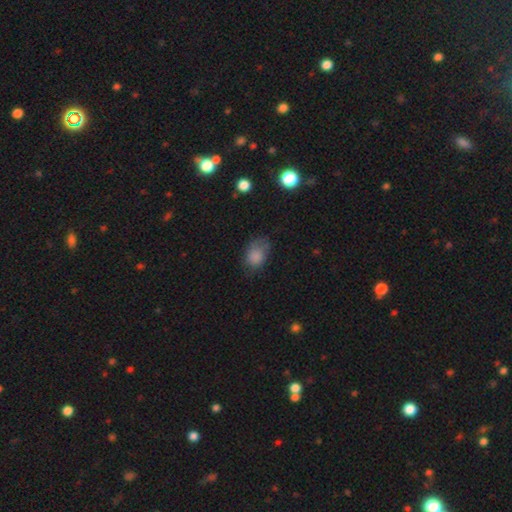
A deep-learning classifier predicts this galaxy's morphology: Smooth or featured? Predicted: smooth (p=0.82). How rounded? Predicted: in between (p=0.72). Merging? Predicted: none (p=0.51).